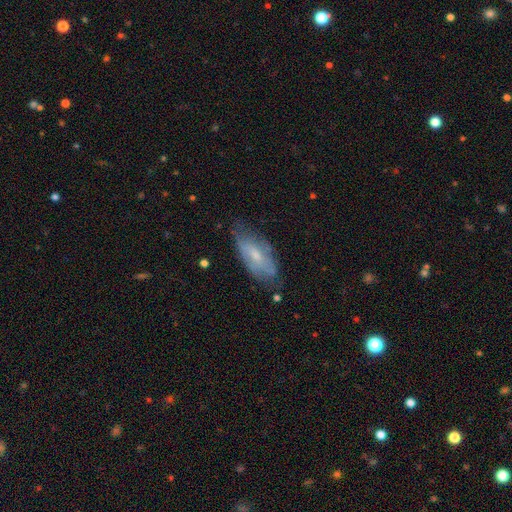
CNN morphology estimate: smooth-or-featured: featured or disk: 47% | smooth: 46% | star or artifact: 7%
  merging: none: 59% | minor disturbance: 30% | major disturbance: 9% | merger: 2%